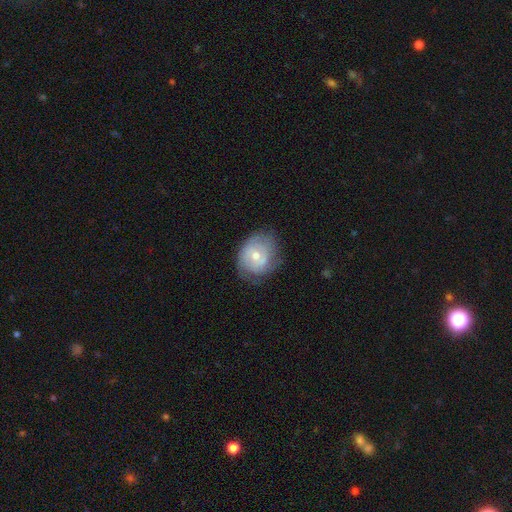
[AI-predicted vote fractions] Q: Smooth or featured?
A: featured or disk (49%); runner-up: smooth (43%)
Q: Merging?
A: none (58%); runner-up: minor disturbance (28%)